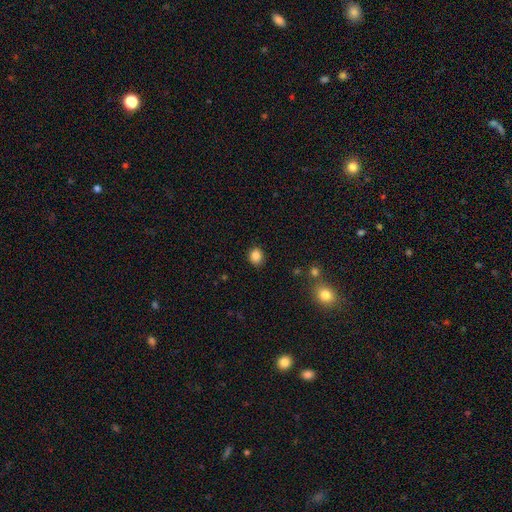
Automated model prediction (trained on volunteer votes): Smooth or featured: smooth — 85% (star or artifact — 11%)
How rounded: round — 73% (in between — 26%)
Merging: none — 89% (minor disturbance — 8%)